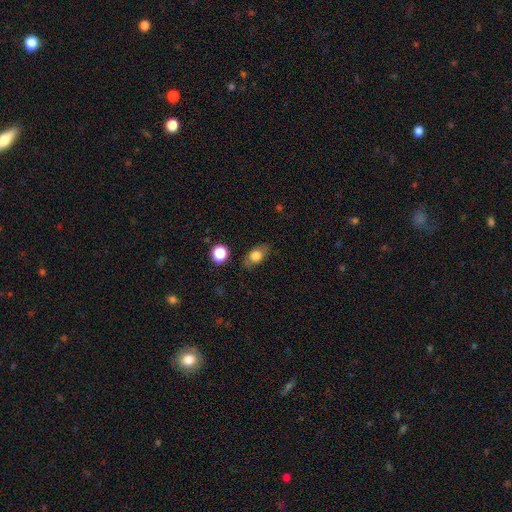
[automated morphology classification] A smooth galaxy with no disk features (75%) that is in between round and cigar-shaped (80%).

Vote fractions:
- Smooth or featured? smooth: 75% / featured or disk: 16% / star or artifact: 9%
- How rounded? in between: 80% / round: 16% / cigar-shaped: 4%
- Merging? none: 79% / minor disturbance: 15% / major disturbance: 4% / merger: 2%